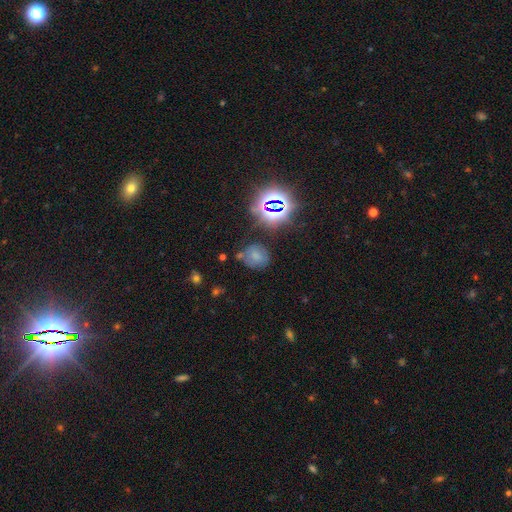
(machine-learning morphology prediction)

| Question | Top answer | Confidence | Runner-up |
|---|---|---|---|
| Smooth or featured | smooth | 57% | star or artifact (27%) |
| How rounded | round | 70% | in between (28%) |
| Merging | none | 62% | minor disturbance (22%) |